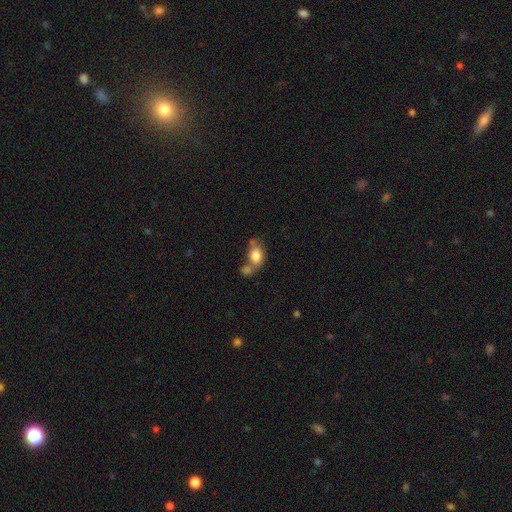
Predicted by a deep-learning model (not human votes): Smooth or featured? Predicted: smooth (p=0.79). How rounded? Predicted: in between (p=0.74). Merging? Predicted: merger (p=0.46).